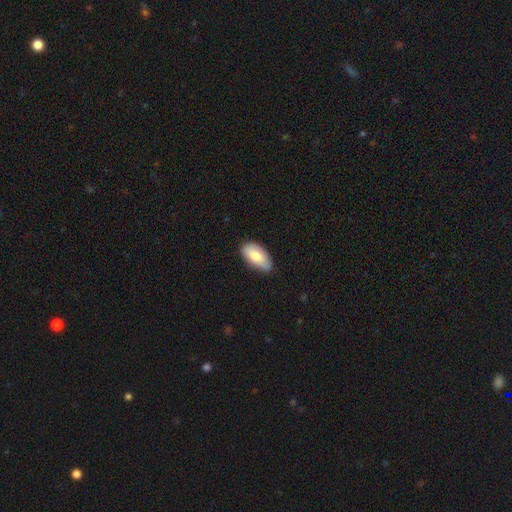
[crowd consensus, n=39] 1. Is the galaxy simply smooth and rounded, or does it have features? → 82% smooth, 10% star or artifact, 8% featured or disk.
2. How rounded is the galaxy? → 100% in between, 0% round, 0% cigar-shaped.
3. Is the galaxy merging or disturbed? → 74% none, 26% minor disturbance, 0% major disturbance, 0% merger.